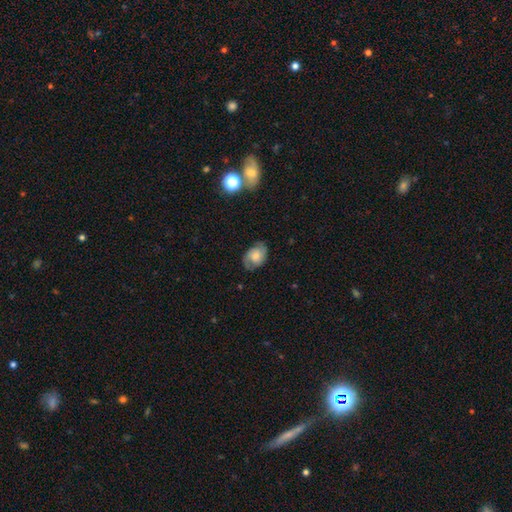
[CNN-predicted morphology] Overall: featured or disk (53%; smooth 38%). Edge-on disk: no (96%). Bar: no (70%). Spiral arms: yes (85%). Bulge size: moderate (48%; small 33%). Merging: none (71%).